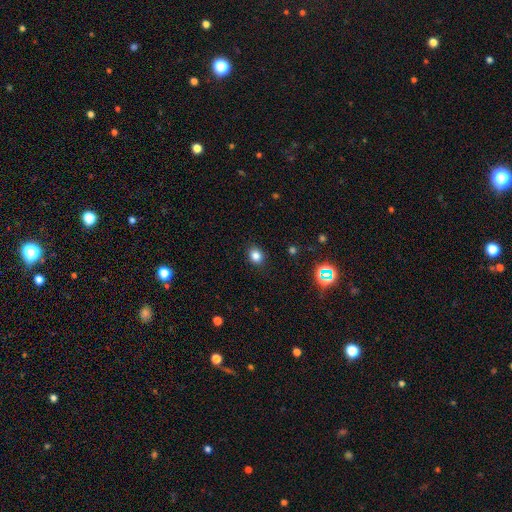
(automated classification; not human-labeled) Morphology: type=smooth (82%); roundness=round (59%); merging=none (88%).